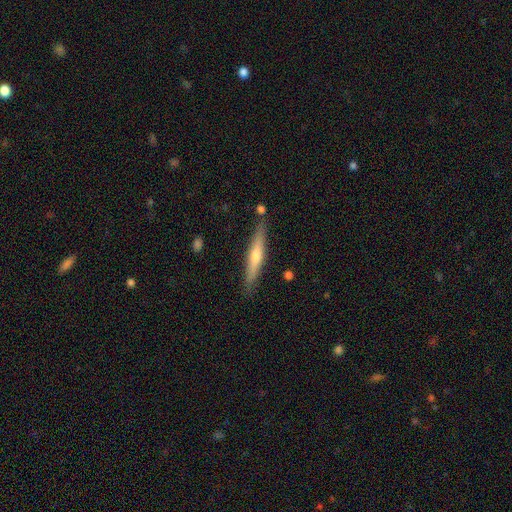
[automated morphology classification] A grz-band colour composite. It shows a featured or disk galaxy (59%) viewed edge-on (95%) with a rounded central bulge (82%). Merging: none (86%).